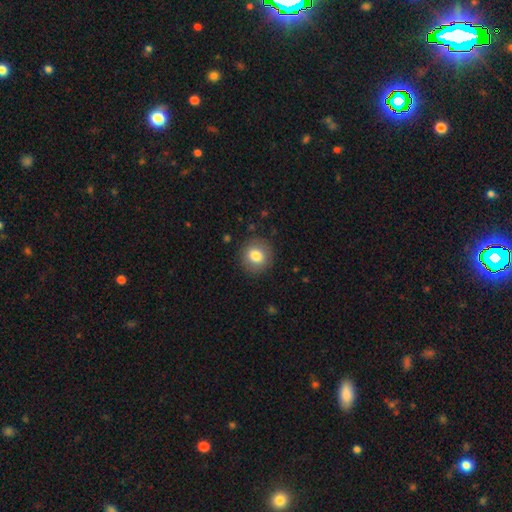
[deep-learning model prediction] Smooth or featured?
  - smooth: 80% *
  - featured or disk: 11%
  - star or artifact: 9%
How rounded?
  - round: 87% *
  - in between: 12%
  - cigar-shaped: 1%
Merging?
  - none: 88% *
  - minor disturbance: 8%
  - major disturbance: 3%
  - merger: 1%